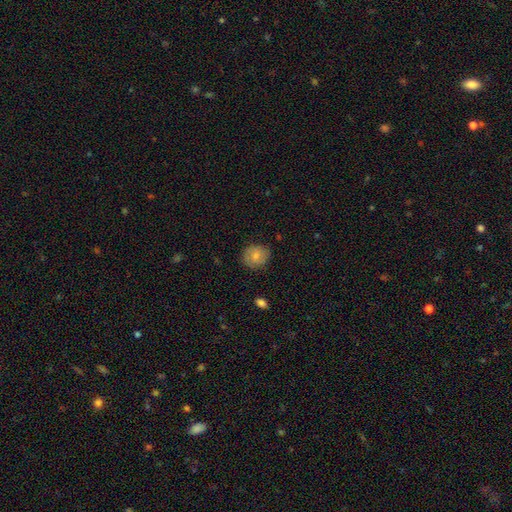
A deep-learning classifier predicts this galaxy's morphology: This is likely a smooth galaxy (77%). How rounded: likely round (77%). Merging: clearly none (81%).